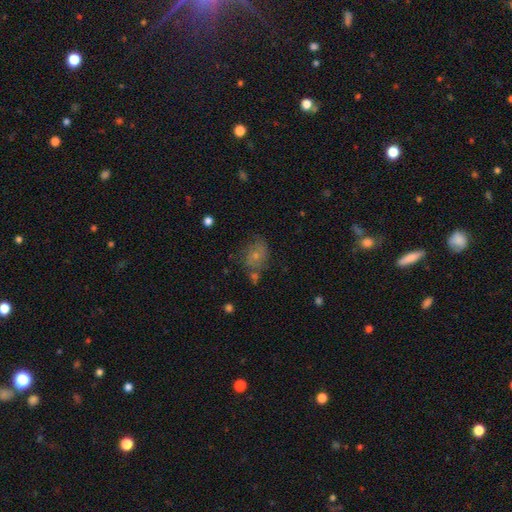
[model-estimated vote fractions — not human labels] Overall: smooth (53%; featured or disk 35%). How rounded: in between (51%; round 48%). Merging: none (53%; minor disturbance 24%).